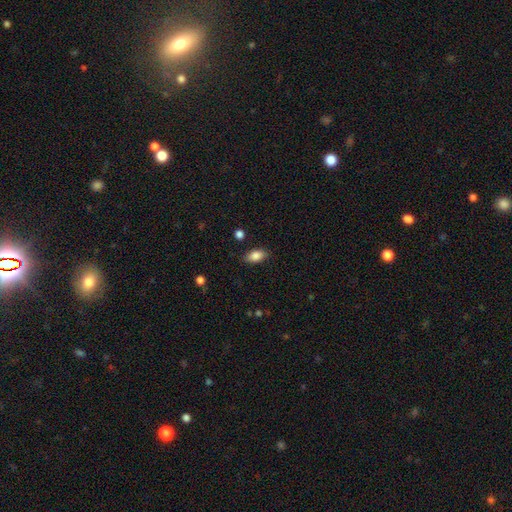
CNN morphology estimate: Smooth or featured? smooth (85%)
How rounded? in between (89%)
Merging? none (84%)